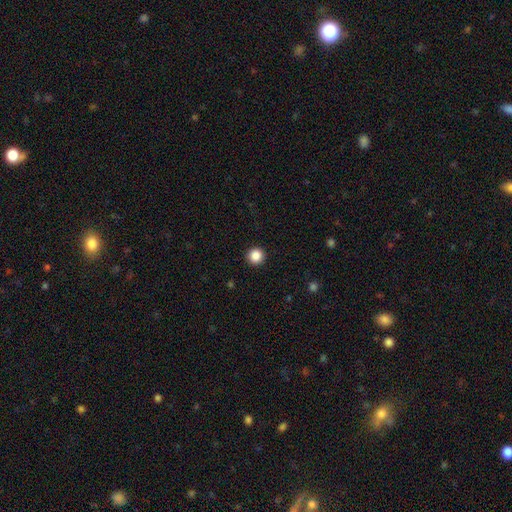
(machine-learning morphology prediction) type=smooth (87%); roundness=round (96%); merging=none (93%).